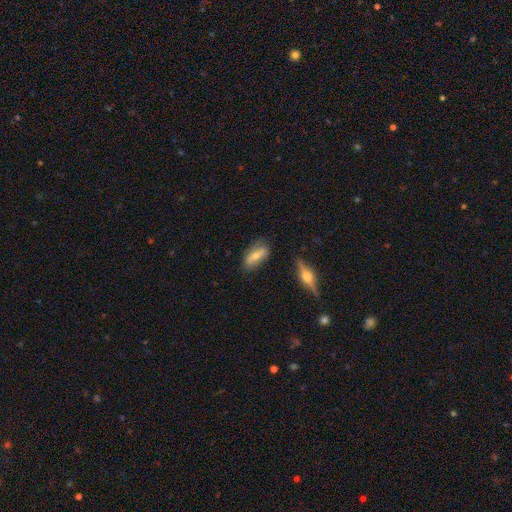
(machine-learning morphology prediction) Smooth or featured? Predicted: smooth (p=0.52). How rounded? Predicted: in between (p=0.76). Merging? Predicted: none (p=0.72).